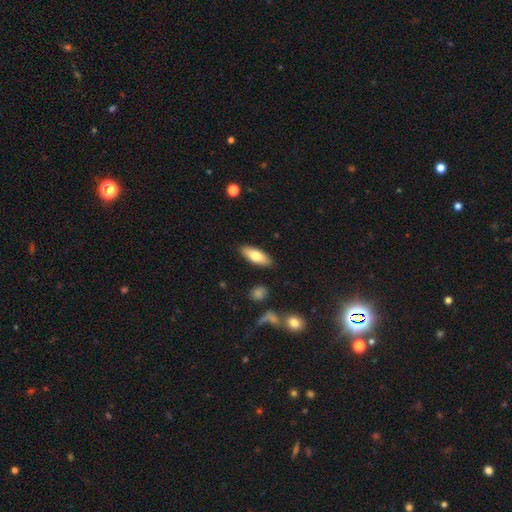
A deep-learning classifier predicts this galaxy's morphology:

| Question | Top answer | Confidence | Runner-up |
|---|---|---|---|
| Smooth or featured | smooth | 75% | featured or disk (19%) |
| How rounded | in between | 72% | cigar-shaped (26%) |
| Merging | none | 88% | minor disturbance (9%) |